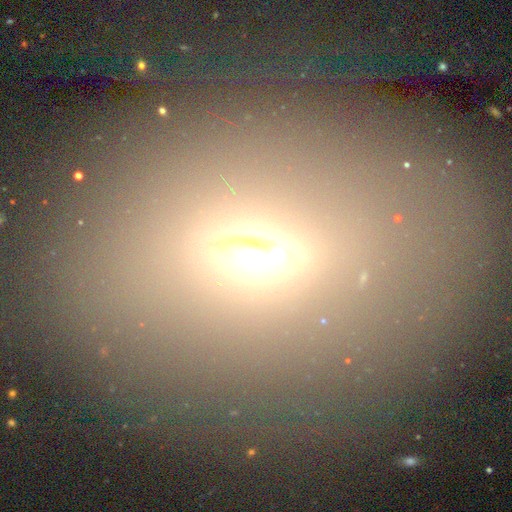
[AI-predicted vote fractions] Morphology: type=smooth (48%); merging=none (67%).